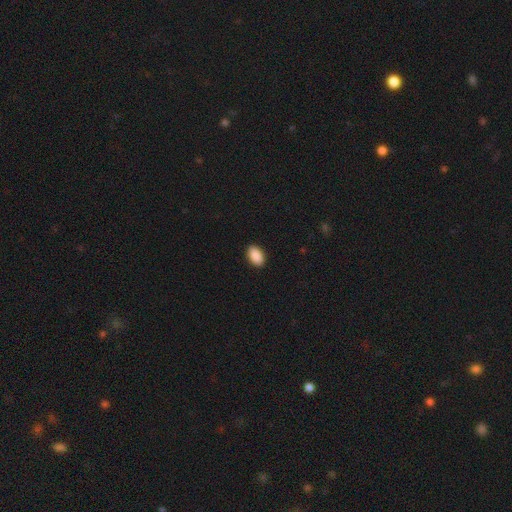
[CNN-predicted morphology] Smooth or featured: smooth — 91% (star or artifact — 7%)
How rounded: in between — 93% (round — 6%)
Merging: none — 90% (minor disturbance — 7%)